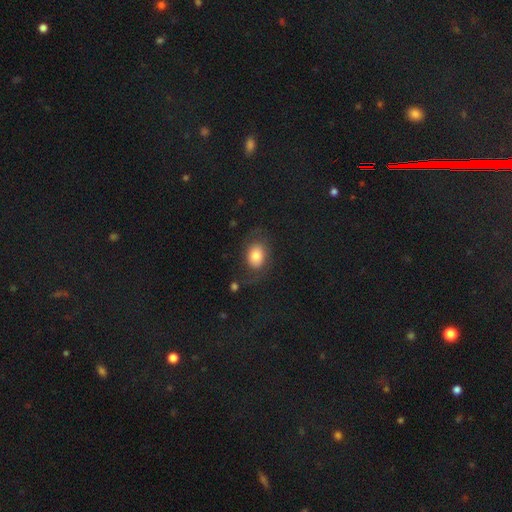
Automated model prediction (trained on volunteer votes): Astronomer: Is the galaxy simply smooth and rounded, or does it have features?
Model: smooth — 71%.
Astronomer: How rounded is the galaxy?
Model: in between — 66%.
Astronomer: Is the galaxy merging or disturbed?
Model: none — 59%.